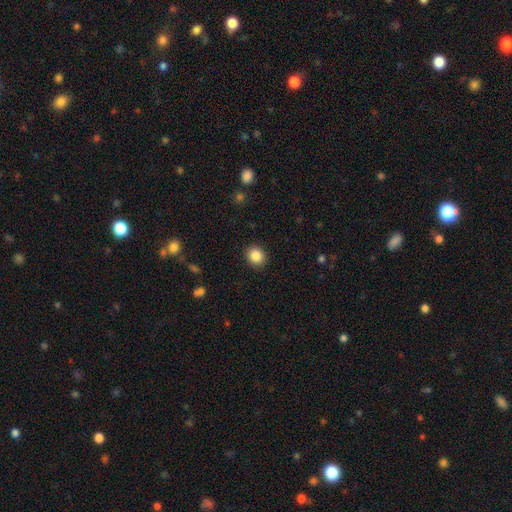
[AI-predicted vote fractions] This appears to be a smooth galaxy with no disk features (87%) that is round (69%). Merging: none (90%).